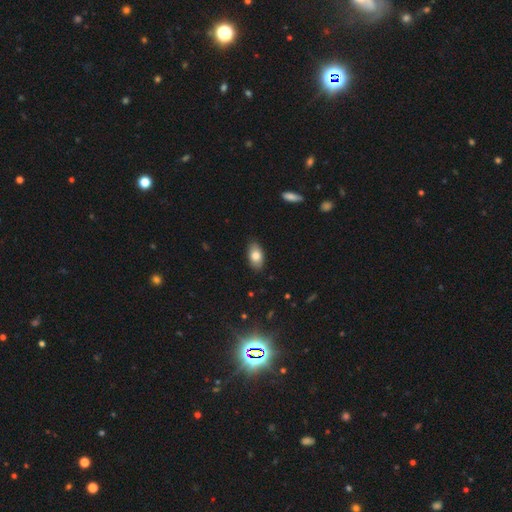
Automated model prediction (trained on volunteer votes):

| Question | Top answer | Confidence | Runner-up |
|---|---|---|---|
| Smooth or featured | smooth | 80% | featured or disk (12%) |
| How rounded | in between | 93% | round (5%) |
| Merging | none | 86% | minor disturbance (11%) |